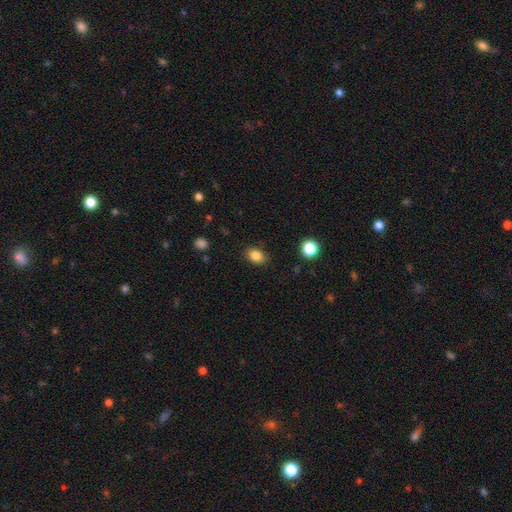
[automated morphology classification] Smooth or featured: smooth — 84% (star or artifact — 10%)
How rounded: in between — 68% (round — 31%)
Merging: none — 86% (minor disturbance — 10%)